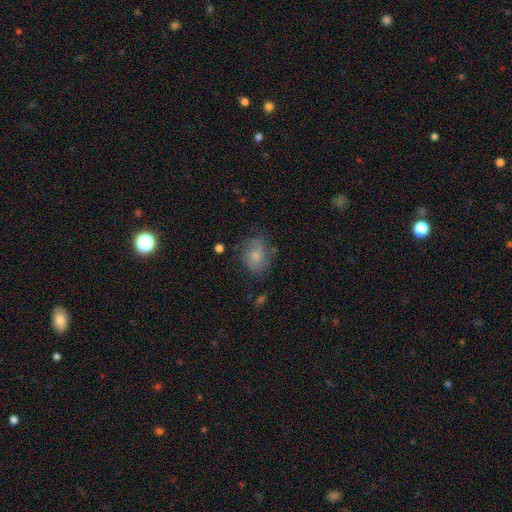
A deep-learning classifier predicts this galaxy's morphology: smooth_or_featured: smooth (p=0.67) [alt: featured or disk p=0.23]
how_rounded: in between (p=0.54) [alt: round p=0.45]
merging: none (p=0.69) [alt: minor disturbance p=0.22]